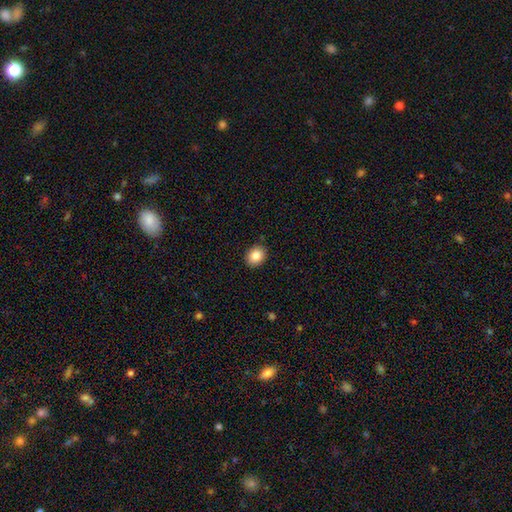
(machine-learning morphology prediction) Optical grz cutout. It shows a smooth galaxy with no disk features (84%) that is round (60%). Merging: none (90%).